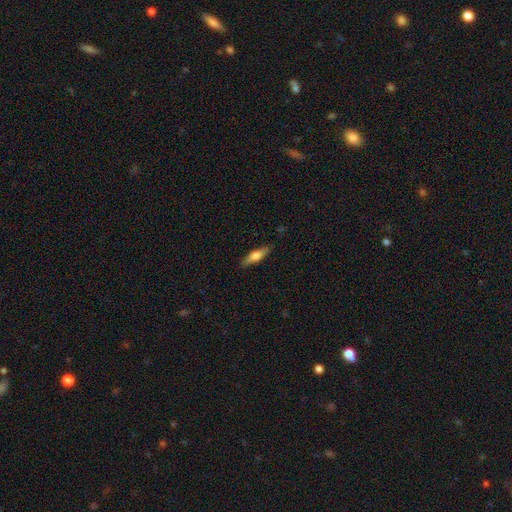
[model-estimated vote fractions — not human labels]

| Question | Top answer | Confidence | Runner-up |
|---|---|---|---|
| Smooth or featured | smooth | 56% | featured or disk (38%) |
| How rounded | cigar-shaped | 68% | in between (30%) |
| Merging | none | 86% | minor disturbance (11%) |